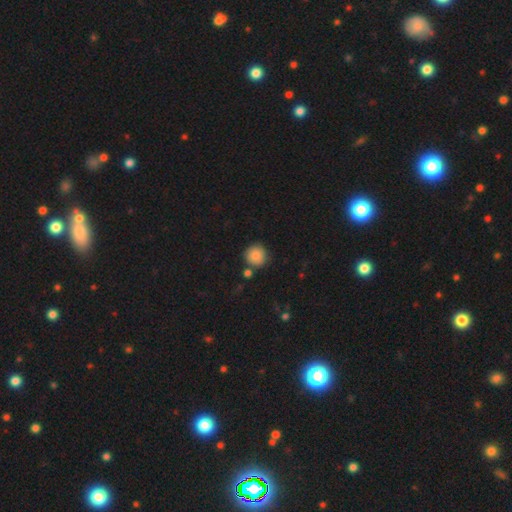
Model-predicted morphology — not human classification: smooth-or-featured: smooth: 87% | star or artifact: 8% | featured or disk: 5%
  how-rounded: round: 93% | in between: 6% | cigar-shaped: 1%
  merging: none: 79% | minor disturbance: 10% | merger: 8% | major disturbance: 3%